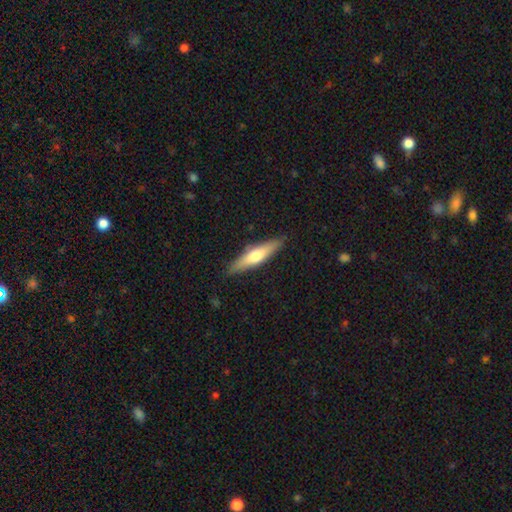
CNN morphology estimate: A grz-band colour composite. It shows a smooth galaxy with no disk features (53%) that is cigar-shaped (79%). Merging: none (87%).